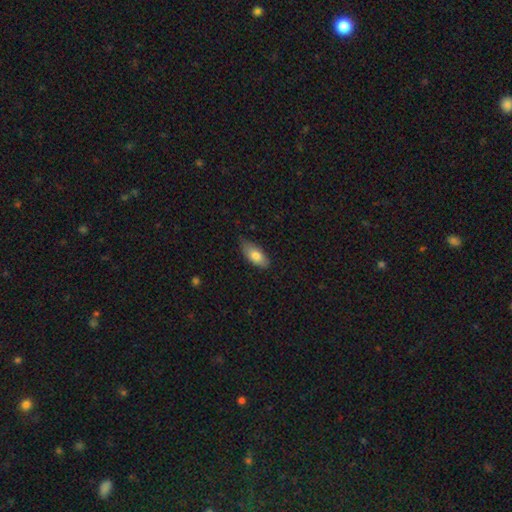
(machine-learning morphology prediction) smooth_or_featured: smooth (p=0.80) [alt: featured or disk p=0.14]
how_rounded: in between (p=0.86) [alt: cigar-shaped p=0.11]
merging: none (p=0.69) [alt: minor disturbance p=0.26]